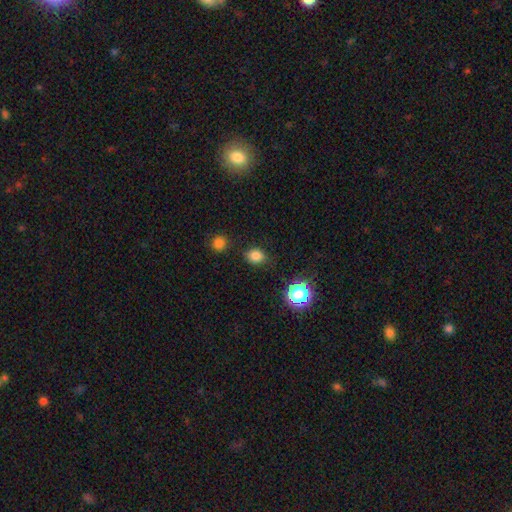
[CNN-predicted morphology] smooth-or-featured: smooth: 78% | star or artifact: 16% | featured or disk: 5%
  how-rounded: round: 53% | in between: 46% | cigar-shaped: 1%
  merging: none: 82% | minor disturbance: 12% | major disturbance: 3% | merger: 3%